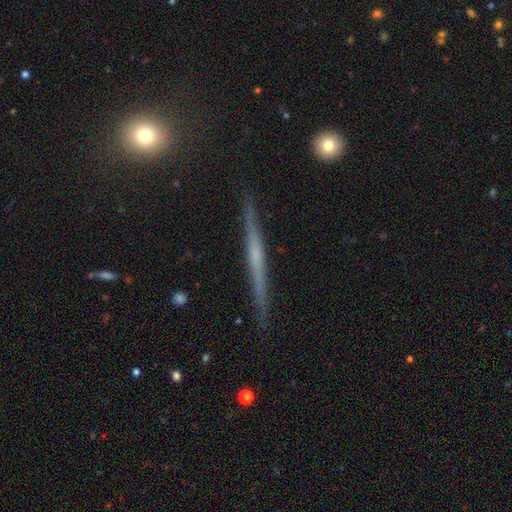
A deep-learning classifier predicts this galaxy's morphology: smooth_or_featured: featured or disk (p=0.67) [alt: smooth p=0.26]
disk_edge_on: yes (p=0.98) [alt: no p=0.02]
edge_on_bulge: none (p=0.67) [alt: rounded p=0.23]
merging: none (p=0.89) [alt: minor disturbance p=0.08]